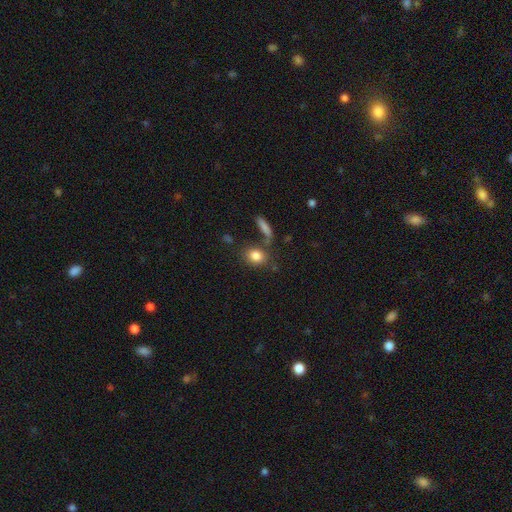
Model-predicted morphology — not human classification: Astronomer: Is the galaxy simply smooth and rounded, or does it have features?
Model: smooth — 83%.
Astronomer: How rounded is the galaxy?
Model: round — 50% (runner-up: in between, 47%).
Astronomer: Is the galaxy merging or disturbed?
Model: none — 69%.